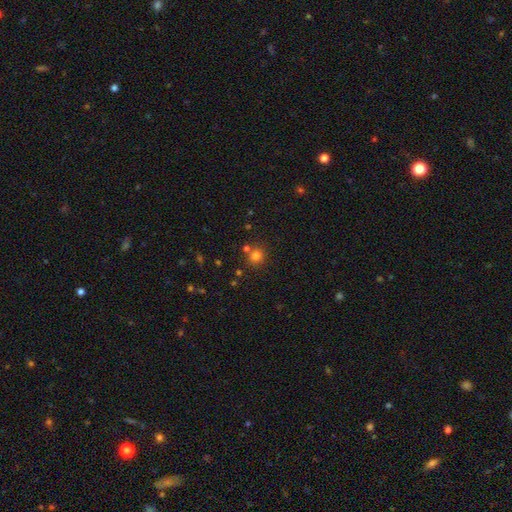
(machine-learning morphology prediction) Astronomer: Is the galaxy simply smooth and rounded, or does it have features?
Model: smooth — 77%.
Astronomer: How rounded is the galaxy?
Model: round — 88%.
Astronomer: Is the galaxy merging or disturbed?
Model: none — 74%.